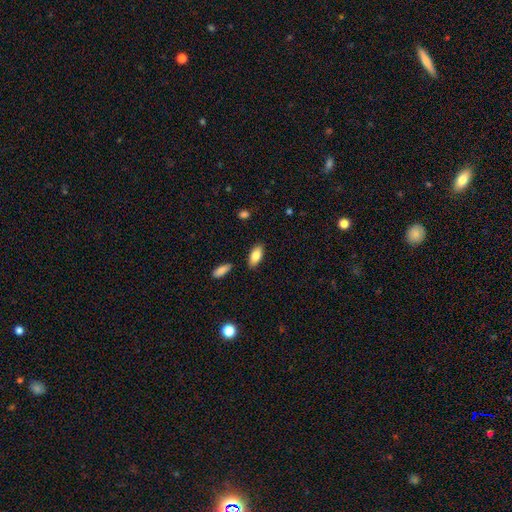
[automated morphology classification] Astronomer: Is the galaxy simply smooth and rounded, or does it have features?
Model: smooth — 84%.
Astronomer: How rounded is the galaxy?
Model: in between — 88%.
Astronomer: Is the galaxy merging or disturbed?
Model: none — 85%.